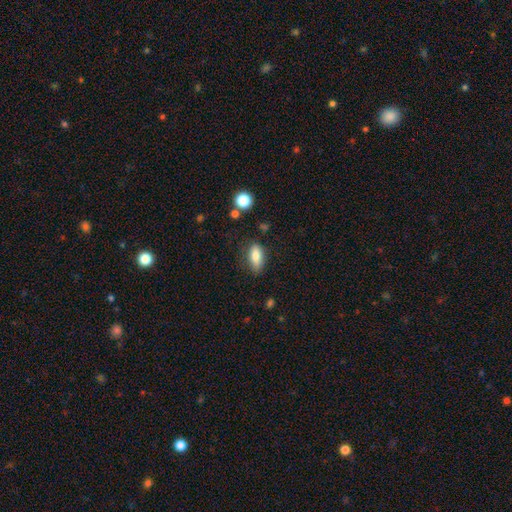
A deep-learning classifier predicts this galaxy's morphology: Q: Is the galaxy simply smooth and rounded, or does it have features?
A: smooth — 83%.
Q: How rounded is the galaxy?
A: in between — 84%.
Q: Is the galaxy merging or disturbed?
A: none — 72%.